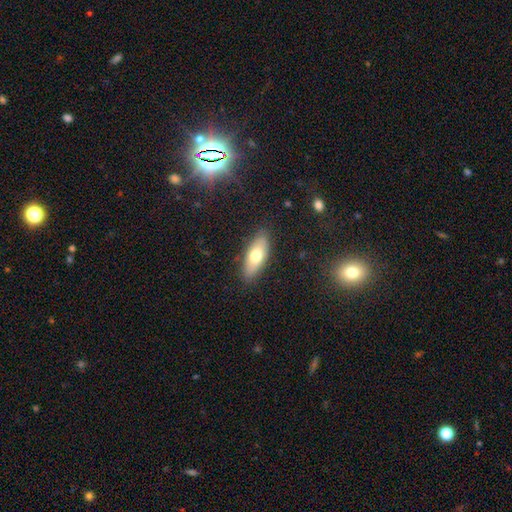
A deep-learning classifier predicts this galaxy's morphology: smooth-or-featured: smooth: 69% | featured or disk: 24% | star or artifact: 6%
  how-rounded: in between: 78% | cigar-shaped: 20% | round: 3%
  merging: none: 86% | minor disturbance: 11% | major disturbance: 3% | merger: 1%